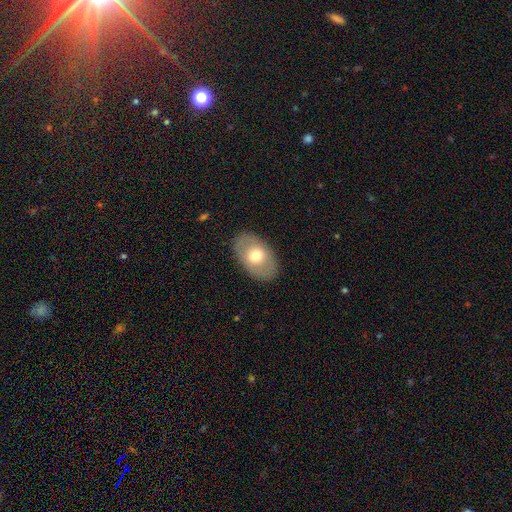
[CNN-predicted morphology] Overall: smooth (61%; featured or disk 33%). How rounded: in between (88%). Merging: none (85%).